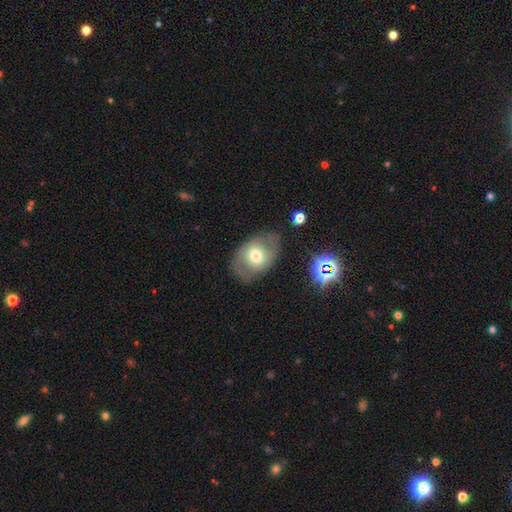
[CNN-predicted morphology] The model was most divided on "smooth or featured": smooth: 49%, featured or disk: 42%, star or artifact: 8%. More confident: merging — none (73%).